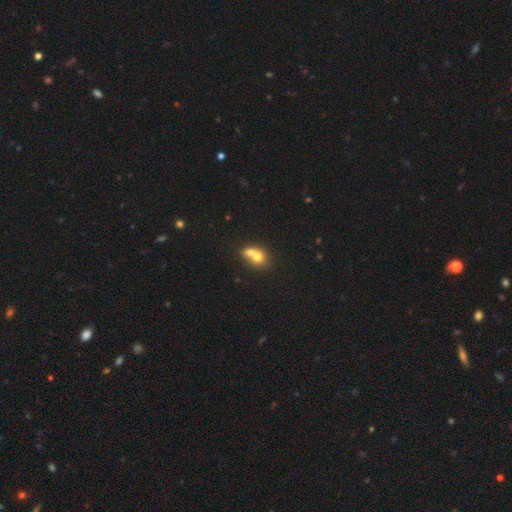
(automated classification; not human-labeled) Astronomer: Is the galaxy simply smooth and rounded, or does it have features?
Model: smooth — 69%.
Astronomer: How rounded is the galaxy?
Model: round — 63%.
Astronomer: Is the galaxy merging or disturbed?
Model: merger — 69%.